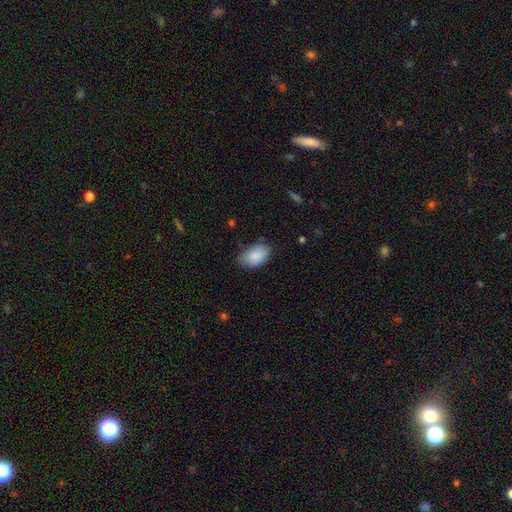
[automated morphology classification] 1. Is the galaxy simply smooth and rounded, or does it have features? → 88% smooth, 7% star or artifact, 5% featured or disk.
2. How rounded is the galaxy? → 91% in between, 8% round, 1% cigar-shaped.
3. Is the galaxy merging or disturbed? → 72% none, 23% minor disturbance, 4% major disturbance, 1% merger.